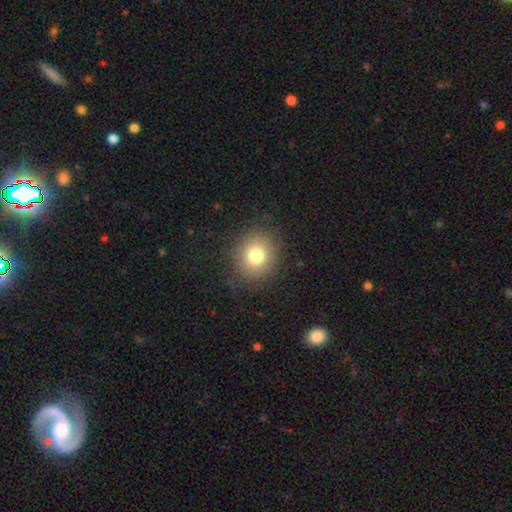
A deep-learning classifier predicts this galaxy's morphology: This appears to be a smooth galaxy with no disk features (77%) that is round (83%). Merging: none (87%).